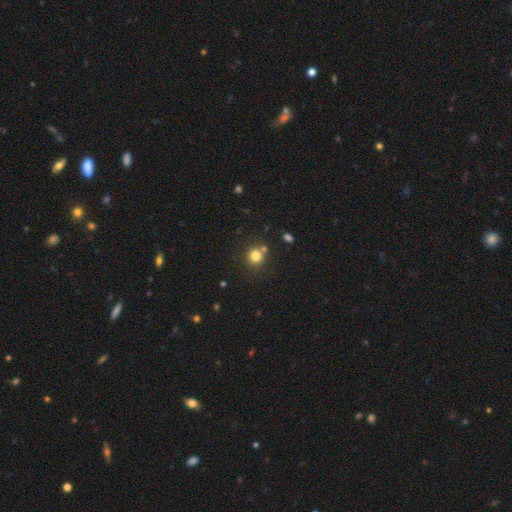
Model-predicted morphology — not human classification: This appears to be a smooth galaxy with no disk features (79%) that is round (89%). Merging: none (75%).